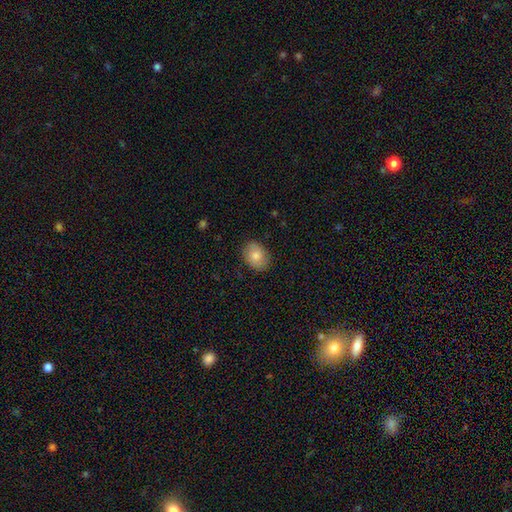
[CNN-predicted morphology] Smooth or featured: smooth — 81% (featured or disk — 12%)
How rounded: in between — 72% (round — 27%)
Merging: none — 86% (minor disturbance — 11%)